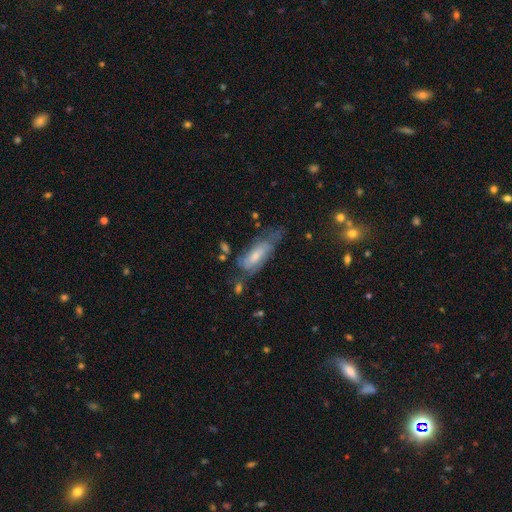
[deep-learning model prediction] Smooth or featured: featured or disk — 53% (smooth — 38%)
Edge-on disk: no — 82% (yes — 18%)
Merging: none — 41% (minor disturbance — 29%)